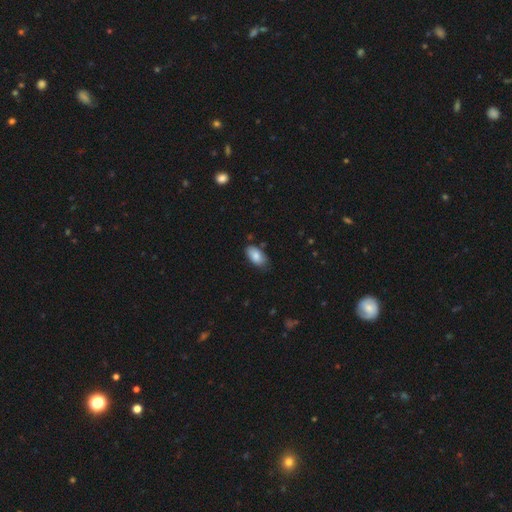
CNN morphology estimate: smooth 85%, featured or disk 9%, star or artifact 7%. Down the decision tree: how rounded — in between (94%); merging — none (72%).